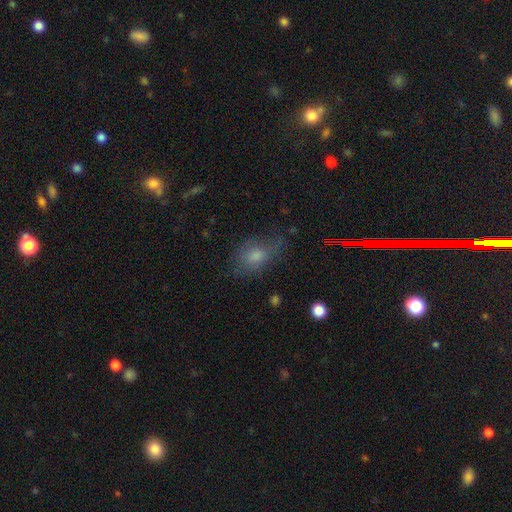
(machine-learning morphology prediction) Smooth or featured? Predicted: smooth (p=0.60). How rounded? Predicted: in between (p=0.71). Merging? Predicted: none (p=0.63).